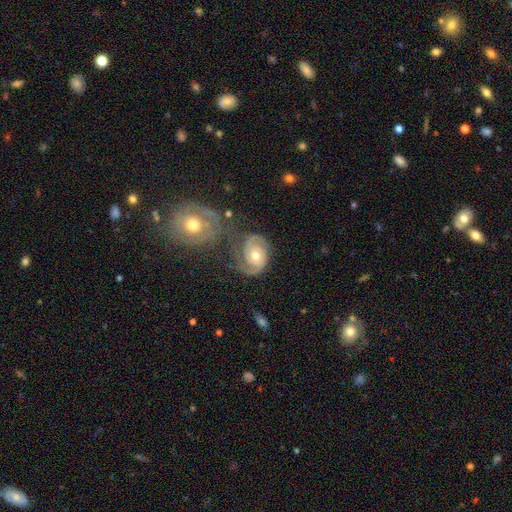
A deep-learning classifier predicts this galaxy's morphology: smooth-or-featured: featured or disk: 86% | smooth: 9% | star or artifact: 5%
  disk-edge-on: no: 97% | yes: 3%
    bar: no: 71% | weak: 23% | strong: 6%
    has-spiral-arms: yes: 96% | no: 4%
      spiral-winding: tight: 57% | medium: 34% | loose: 9%
      spiral-arm-count: 2: 71% | 1: 12% | can't tell: 8% | 3: 6% | 4: 2% | more than 4: 2%
    bulge-size: moderate: 74% | small: 19% | large: 5% | none: 1% | dominant: 1%
  merging: none: 52% | minor disturbance: 19% | merger: 15% | major disturbance: 14%